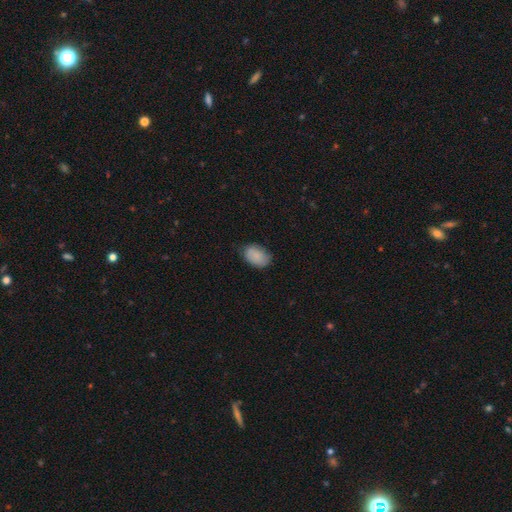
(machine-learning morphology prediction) The model was most divided on "merging": none: 70%, minor disturbance: 25%, major disturbance: 4%, merger: 1%. More confident: smooth or featured — smooth (86%); how rounded — in between (85%).